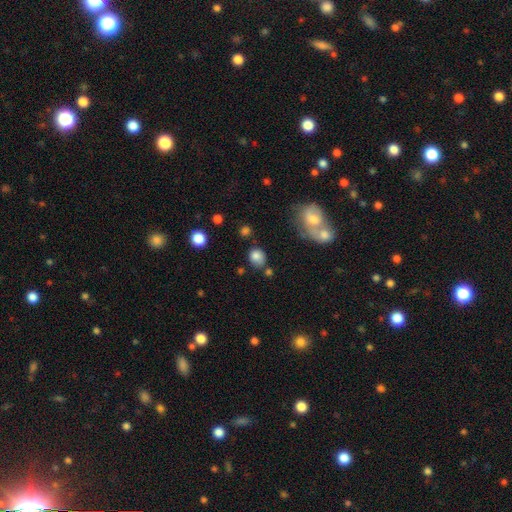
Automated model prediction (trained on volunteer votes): Smooth or featured?
  - smooth: 81% *
  - star or artifact: 11%
  - featured or disk: 8%
How rounded?
  - round: 68% *
  - in between: 31%
  - cigar-shaped: 1%
Merging?
  - none: 71% *
  - minor disturbance: 14%
  - merger: 11%
  - major disturbance: 4%